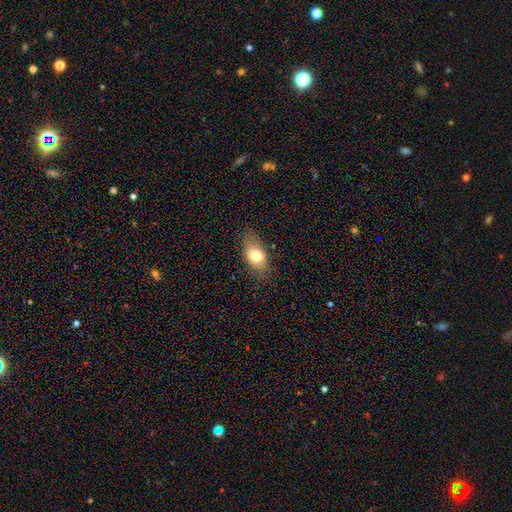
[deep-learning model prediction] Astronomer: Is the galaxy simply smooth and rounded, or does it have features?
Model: smooth — 73%.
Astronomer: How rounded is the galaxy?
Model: in between — 85%.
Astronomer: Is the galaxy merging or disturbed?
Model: none — 75%.